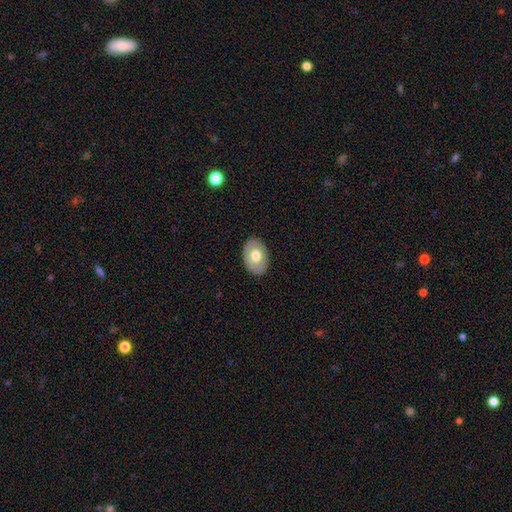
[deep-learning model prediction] Morphology: type=smooth (59%); roundness=in between (79%); merging=none (86%).